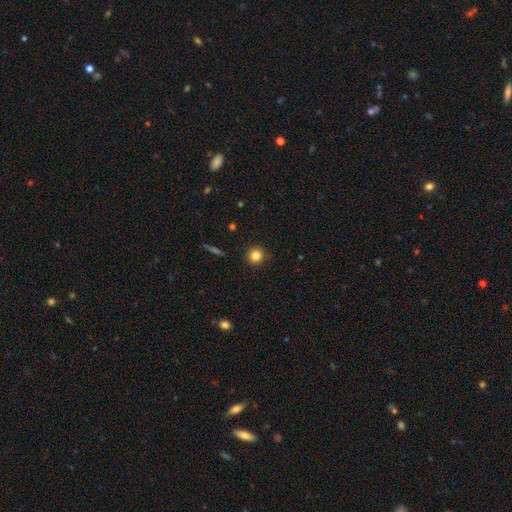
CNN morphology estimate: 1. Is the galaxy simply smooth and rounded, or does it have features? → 83% smooth, 11% star or artifact, 6% featured or disk.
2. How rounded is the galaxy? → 93% round, 6% in between, 1% cigar-shaped.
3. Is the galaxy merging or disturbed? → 91% none, 6% minor disturbance, 2% major disturbance, 1% merger.